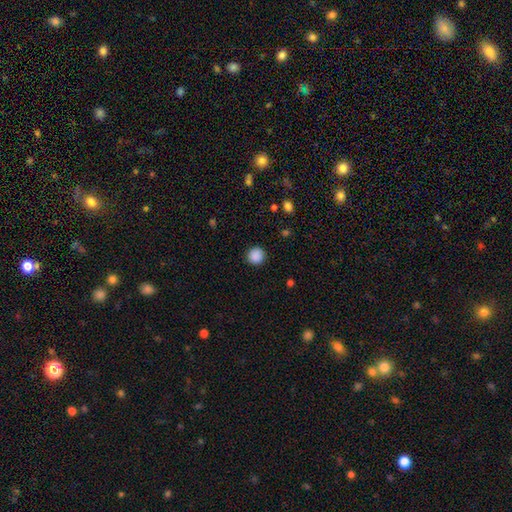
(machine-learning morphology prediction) smooth-or-featured: smooth: 88% | star or artifact: 9% | featured or disk: 2%
  how-rounded: round: 94% | in between: 5% | cigar-shaped: 1%
  merging: none: 91% | minor disturbance: 6% | major disturbance: 2% | merger: 1%